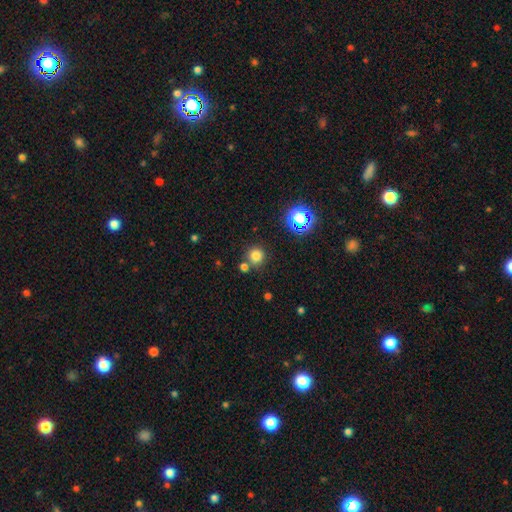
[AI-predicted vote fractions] smooth_or_featured: smooth (p=0.75) [alt: star or artifact p=0.19]
how_rounded: round (p=0.92) [alt: in between p=0.07]
merging: none (p=0.74) [alt: merger p=0.15]